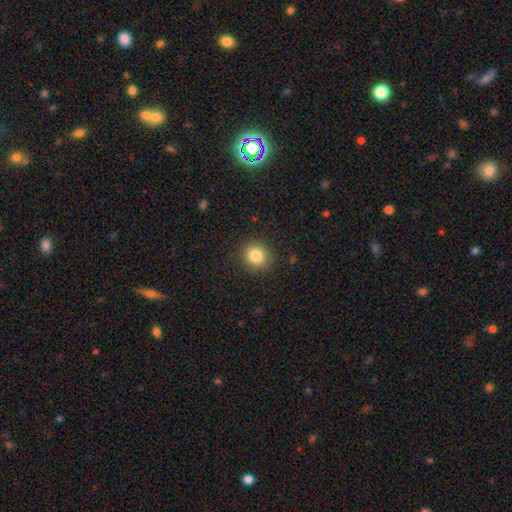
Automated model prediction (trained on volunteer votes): Smooth or featured? smooth (84%)
How rounded? round (84%)
Merging? none (89%)